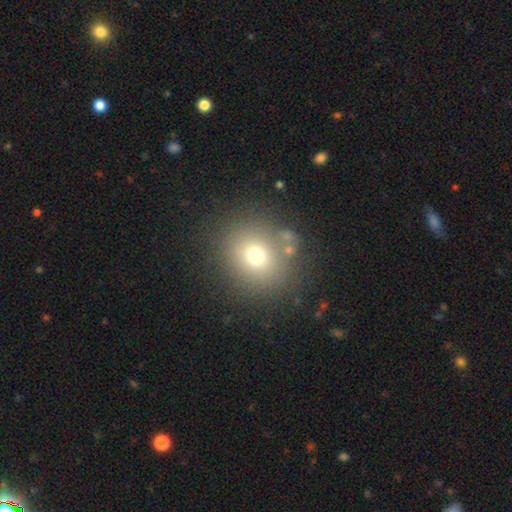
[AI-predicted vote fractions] Smooth or featured? Predicted: smooth (p=0.69). How rounded? Predicted: round (p=0.81). Merging? Predicted: none (p=0.79).